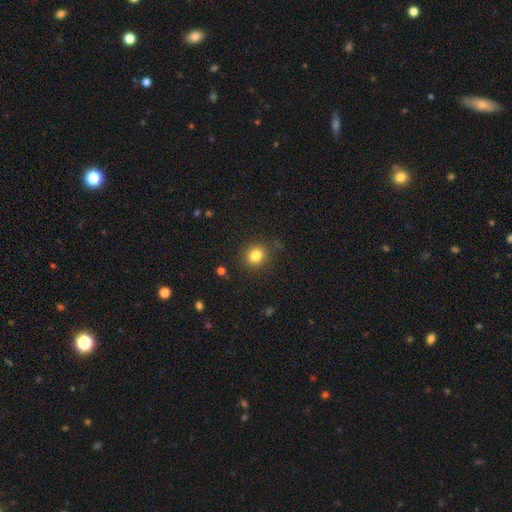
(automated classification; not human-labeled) smooth_or_featured: smooth (p=0.82) [alt: star or artifact p=0.12]
how_rounded: round (p=0.84) [alt: in between p=0.15]
merging: none (p=0.84) [alt: minor disturbance p=0.10]